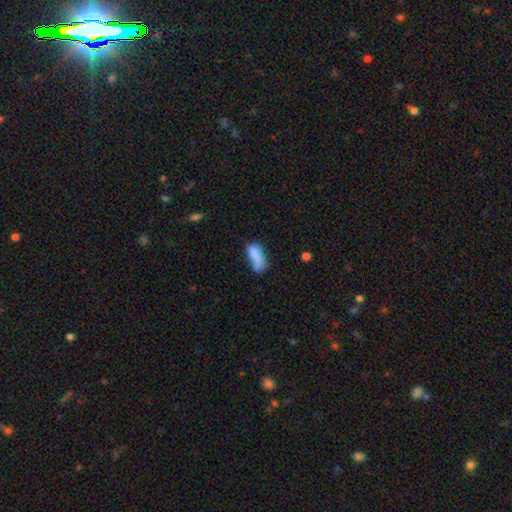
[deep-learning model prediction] This is clearly a smooth galaxy (81%). How rounded: likely in between (70%). Merging: marginally none (41%).